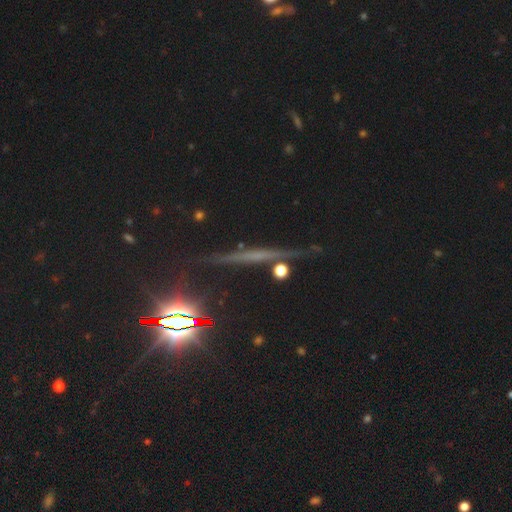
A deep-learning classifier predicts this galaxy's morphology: Smooth or featured?
  - featured or disk: 46% *
  - star or artifact: 34%
  - smooth: 20%
Merging?
  - none: 81% *
  - minor disturbance: 12%
  - major disturbance: 4%
  - merger: 3%